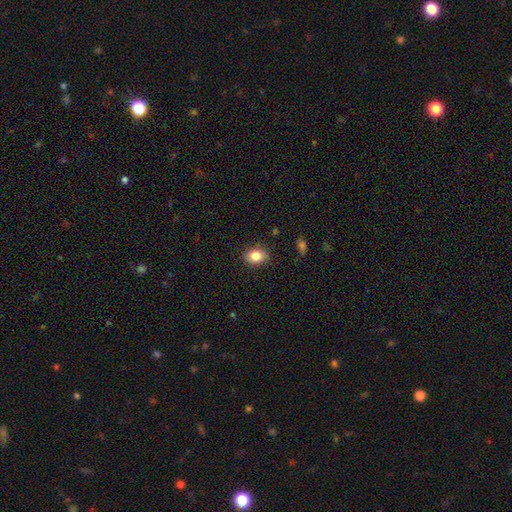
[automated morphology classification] Smooth or featured? smooth (85%)
How rounded? in between (65%)
Merging? none (86%)